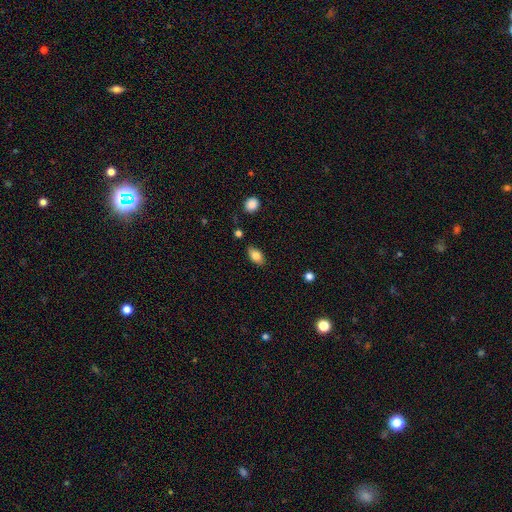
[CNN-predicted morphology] Overall: smooth (81%). How rounded: in between (89%). Merging: none (84%).